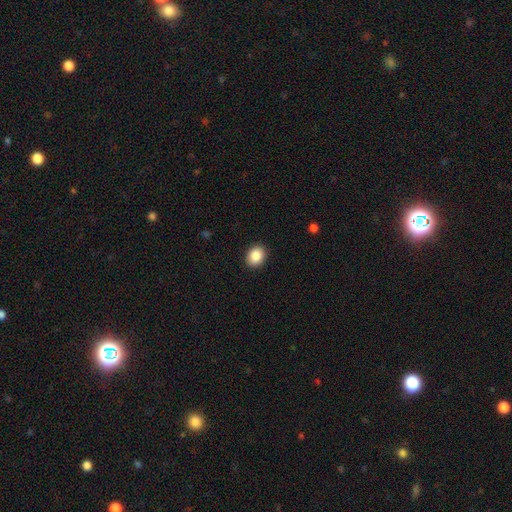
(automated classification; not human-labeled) This appears to be a smooth galaxy with no disk features (88%) that is in between round and cigar-shaped (52%). Merging: none (91%).